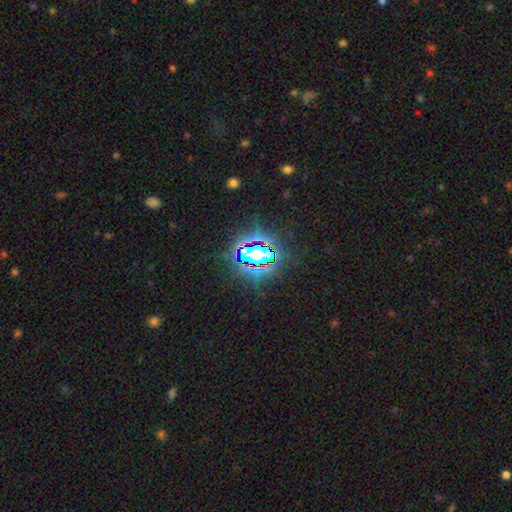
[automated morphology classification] The model was most divided on "smooth or featured": star or artifact: 75%, smooth: 15%, featured or disk: 10%.